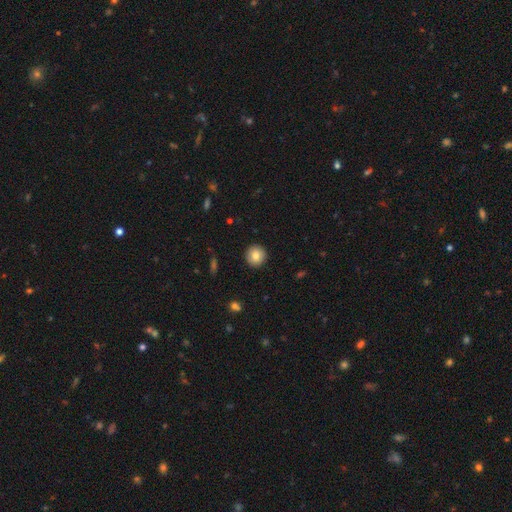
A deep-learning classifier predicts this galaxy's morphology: smooth-or-featured: smooth: 83% | featured or disk: 9% | star or artifact: 9%
  how-rounded: round: 95% | in between: 4% | cigar-shaped: 1%
  merging: none: 92% | minor disturbance: 5% | major disturbance: 2% | merger: 1%